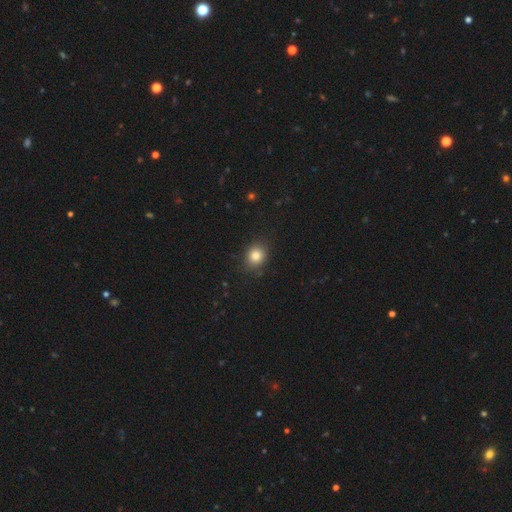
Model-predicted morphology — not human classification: Smooth or featured?
  - smooth: 83% *
  - star or artifact: 11%
  - featured or disk: 6%
How rounded?
  - round: 65% *
  - in between: 34%
  - cigar-shaped: 1%
Merging?
  - none: 85% *
  - minor disturbance: 11%
  - major disturbance: 3%
  - merger: 1%